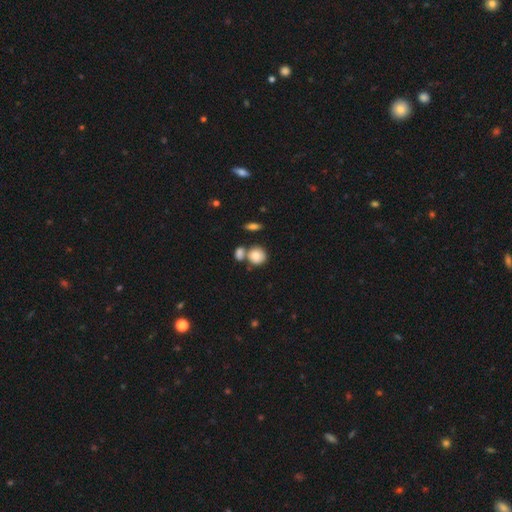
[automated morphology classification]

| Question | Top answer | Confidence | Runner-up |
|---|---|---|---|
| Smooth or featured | smooth | 79% | featured or disk (12%) |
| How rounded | round | 78% | in between (21%) |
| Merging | none | 56% | merger (28%) |